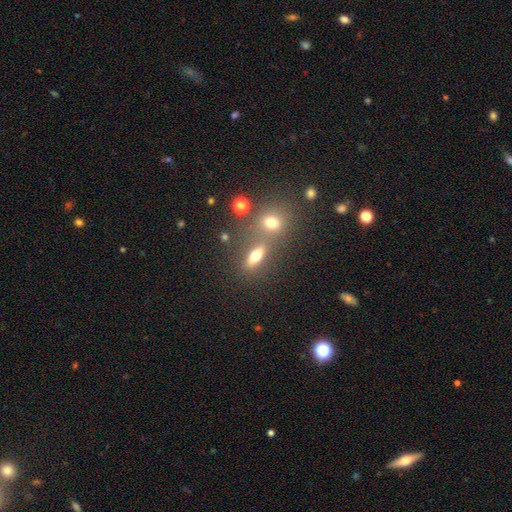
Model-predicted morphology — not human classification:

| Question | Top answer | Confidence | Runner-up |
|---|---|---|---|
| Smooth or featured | smooth | 65% | featured or disk (19%) |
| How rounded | in between | 57% | cigar-shaped (24%) |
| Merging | none | 62% | merger (23%) |